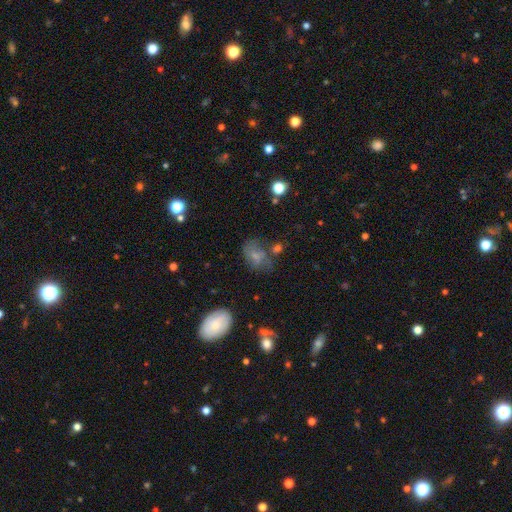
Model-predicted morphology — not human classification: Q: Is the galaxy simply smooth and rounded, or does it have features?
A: smooth — 55%.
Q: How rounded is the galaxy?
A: in between — 79%.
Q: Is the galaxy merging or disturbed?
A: none — 45%.